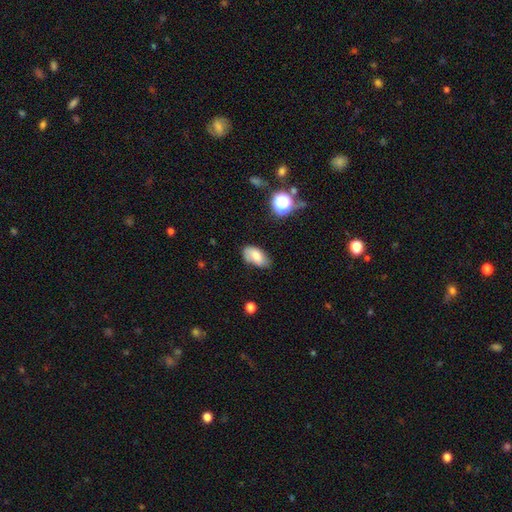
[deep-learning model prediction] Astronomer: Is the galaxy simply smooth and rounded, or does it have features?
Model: smooth — 74%.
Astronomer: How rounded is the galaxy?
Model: in between — 93%.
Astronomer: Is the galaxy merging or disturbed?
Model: none — 62%.